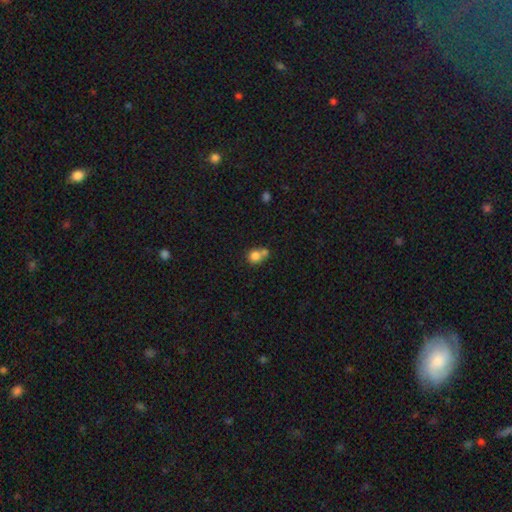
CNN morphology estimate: Smooth or featured? smooth (80%)
How rounded? round (80%)
Merging? merger (47%)